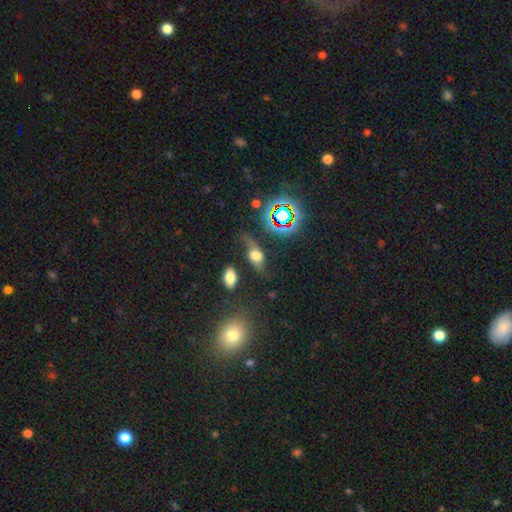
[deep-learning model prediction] Morphology: type=featured or disk (40%, tied with smooth); merging=none (50%).